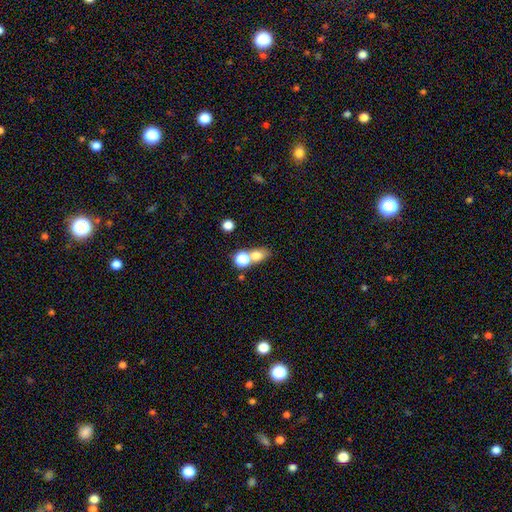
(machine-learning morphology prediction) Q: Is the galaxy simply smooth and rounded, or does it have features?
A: smooth — 73%.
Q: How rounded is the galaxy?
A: in between — 49%.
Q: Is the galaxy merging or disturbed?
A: merger — 46%.